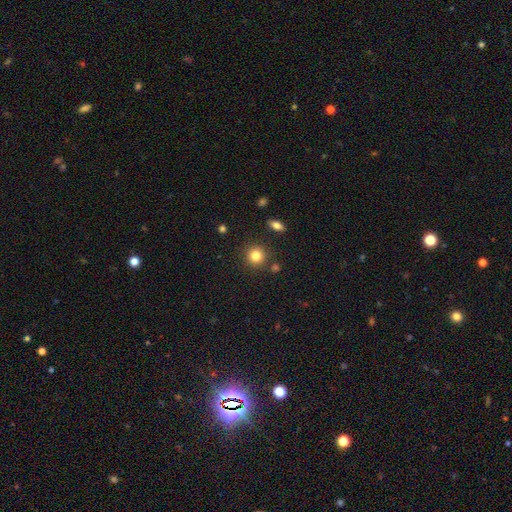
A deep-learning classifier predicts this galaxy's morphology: Overall: smooth (82%). How rounded: round (92%). Merging: none (86%).